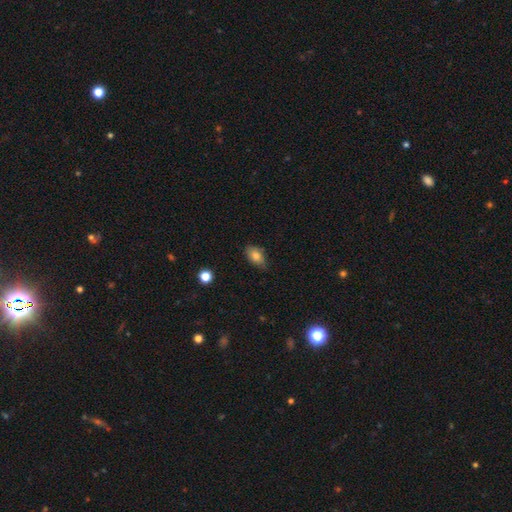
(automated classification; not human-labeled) Overall: smooth (82%). How rounded: in between (88%). Merging: none (75%).